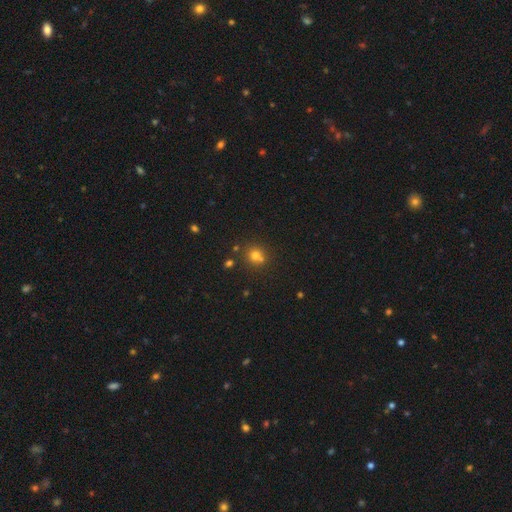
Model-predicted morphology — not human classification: Smooth or featured? Predicted: smooth (p=0.71). How rounded? Predicted: round (p=0.81). Merging? Predicted: none (p=0.57).